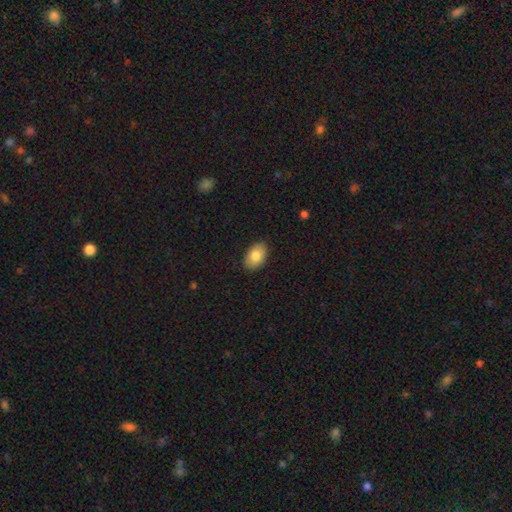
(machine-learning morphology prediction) Smooth or featured?
  - smooth: 83% *
  - featured or disk: 10%
  - star or artifact: 7%
How rounded?
  - in between: 90% *
  - round: 9%
  - cigar-shaped: 1%
Merging?
  - none: 88% *
  - minor disturbance: 9%
  - major disturbance: 2%
  - merger: 1%